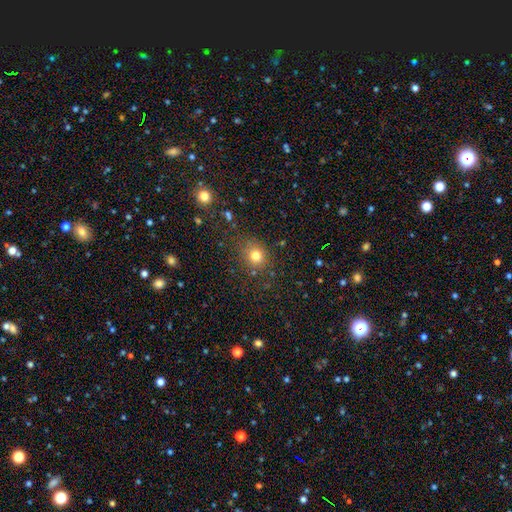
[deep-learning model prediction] Overall: smooth (77%). How rounded: round (81%). Merging: none (81%).